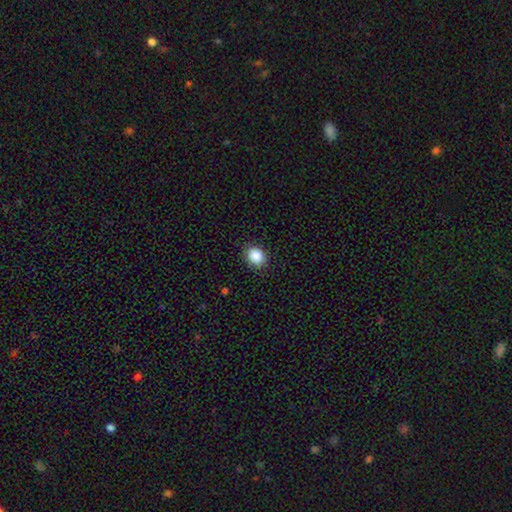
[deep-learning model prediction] This appears to be a smooth galaxy with no disk features (87%) that is round (64%). Merging: none (88%).